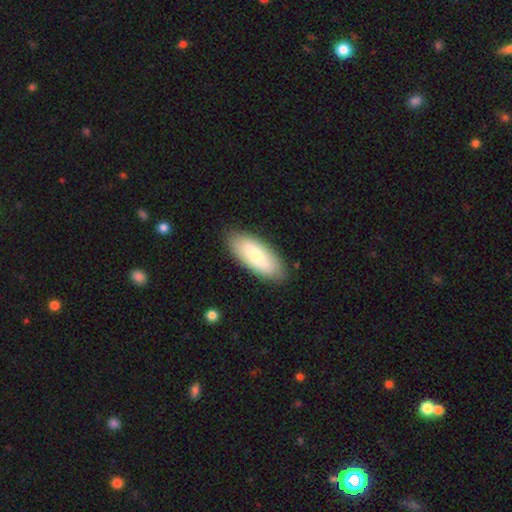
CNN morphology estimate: A smooth galaxy with no disk features (66%) that is in between round and cigar-shaped (80%).

Vote fractions:
- Smooth or featured? smooth: 66% / featured or disk: 29% / star or artifact: 5%
- How rounded? in between: 80% / cigar-shaped: 18% / round: 2%
- Merging? none: 86% / minor disturbance: 11% / major disturbance: 3% / merger: 1%